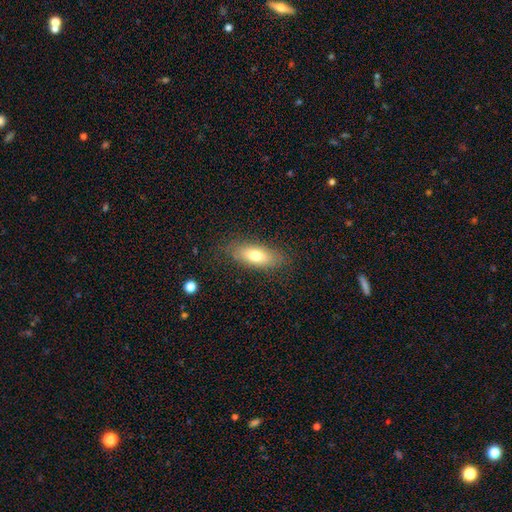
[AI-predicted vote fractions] Smooth or featured: smooth — 72% (featured or disk — 20%)
How rounded: in between — 75% (cigar-shaped — 21%)
Merging: none — 80% (minor disturbance — 14%)